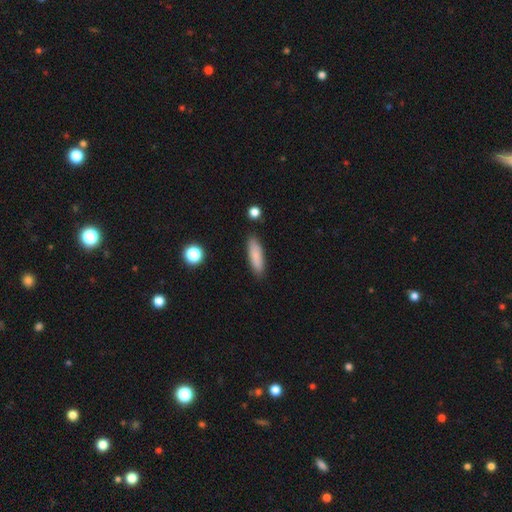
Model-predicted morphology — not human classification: Smooth or featured?
  - smooth: 83% *
  - featured or disk: 10%
  - star or artifact: 7%
How rounded?
  - cigar-shaped: 57% *
  - in between: 41%
  - round: 2%
Merging?
  - none: 87% *
  - minor disturbance: 9%
  - major disturbance: 2%
  - merger: 2%